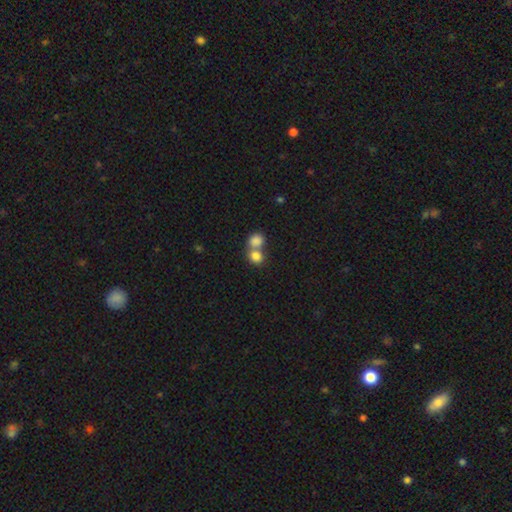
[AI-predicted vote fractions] Smooth or featured? smooth (82%)
How rounded? round (71%)
Merging? merger (57%)